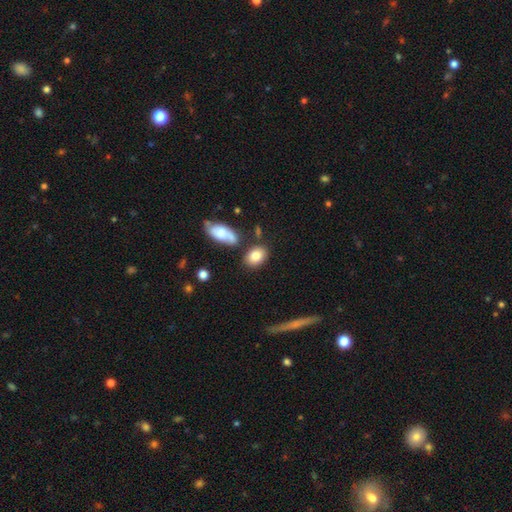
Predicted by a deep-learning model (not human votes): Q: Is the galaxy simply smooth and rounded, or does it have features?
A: smooth — 82%.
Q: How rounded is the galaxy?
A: in between — 76%.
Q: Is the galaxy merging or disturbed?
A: none — 73%.